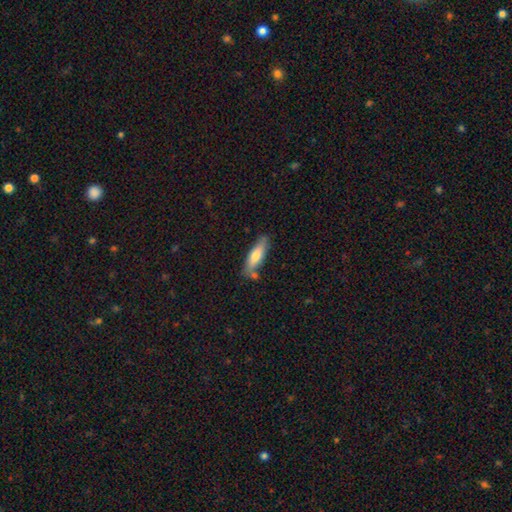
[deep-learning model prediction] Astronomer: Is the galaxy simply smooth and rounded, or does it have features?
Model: smooth — 66%.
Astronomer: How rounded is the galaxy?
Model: cigar-shaped — 58% (runner-up: in between, 40%).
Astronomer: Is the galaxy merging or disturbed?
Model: none — 72%.